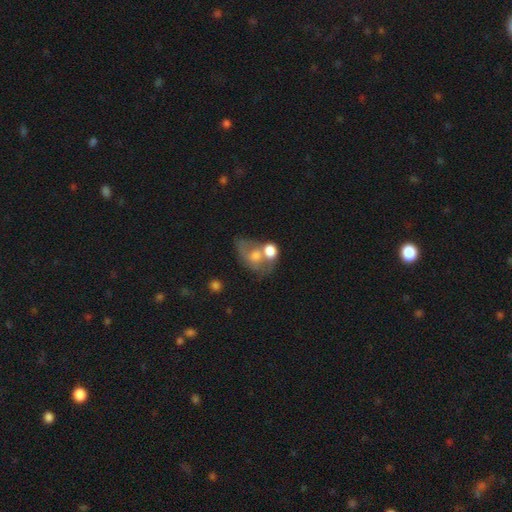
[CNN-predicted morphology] This appears to be a smooth galaxy with no disk features (54%) that is in between round and cigar-shaped (67%). Merging: merger (43%).